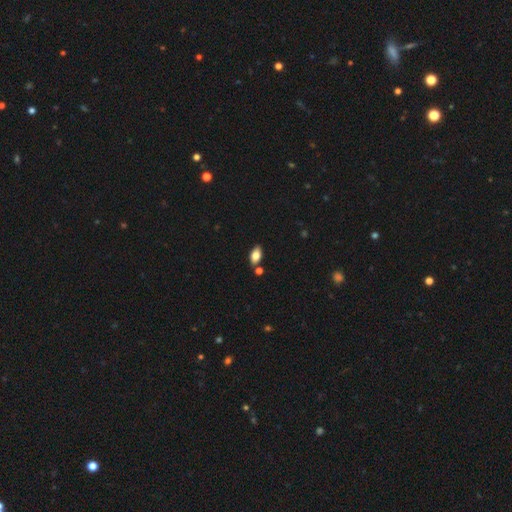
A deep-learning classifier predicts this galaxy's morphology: This appears to be a smooth galaxy with no disk features (81%) that is in between round and cigar-shaped (92%). Merging: none (78%).